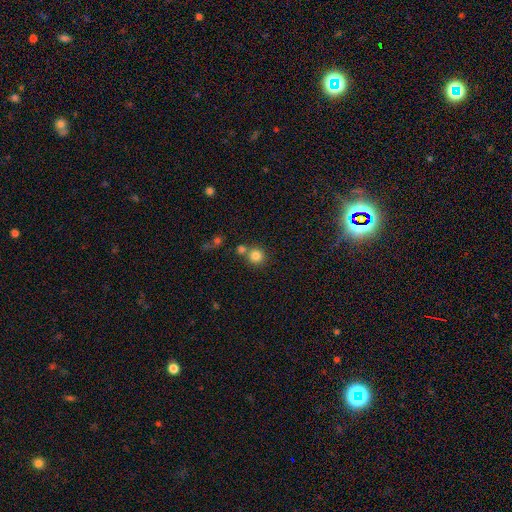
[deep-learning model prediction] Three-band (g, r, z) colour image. It shows a smooth galaxy with no disk features (82%) that is round (93%). Merging: none (64%).